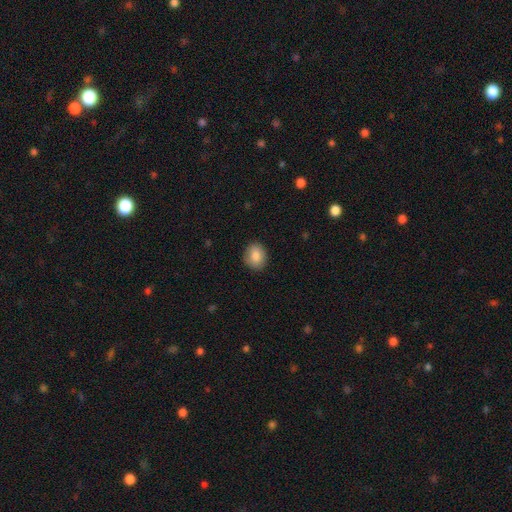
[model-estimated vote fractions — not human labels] Smooth or featured? smooth (85%)
How rounded? round (60%)
Merging? none (88%)